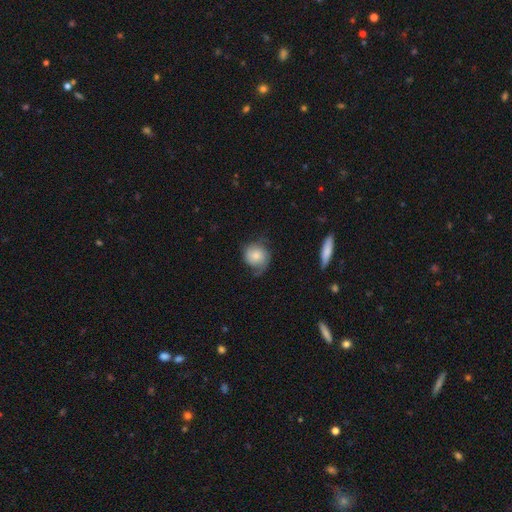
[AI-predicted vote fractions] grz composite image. It shows a smooth galaxy with no disk features (50%) that is round (79%). Merging: none (53%).